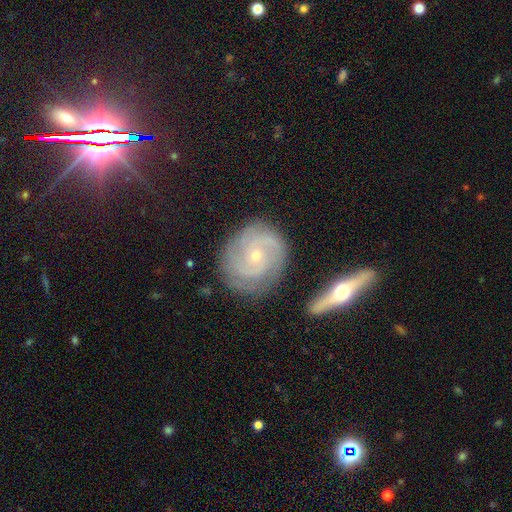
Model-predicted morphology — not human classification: This is clearly a featured or disk galaxy (85%). It is clearly not viewed edge-on (96%). Bar: likely no (73%). Spiral arm pattern: clearly yes (96%). Spiral arm count: marginally 2 (34%). Spiral winding: likely tight (65%). Central bulge: likely small (76%). Merging: likely none (78%).